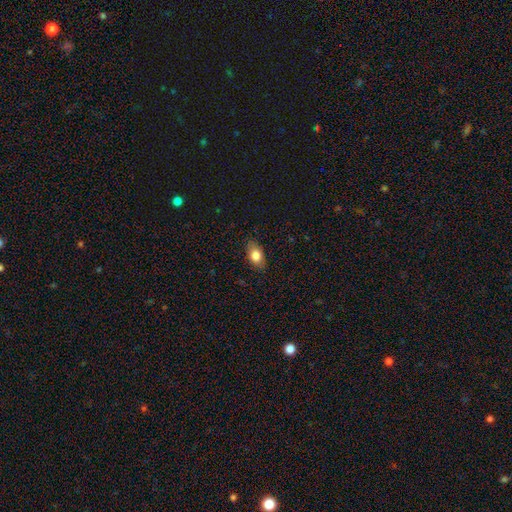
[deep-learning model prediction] A smooth galaxy with no disk features (80%) that is in between round and cigar-shaped (88%). Merging: none (83%).